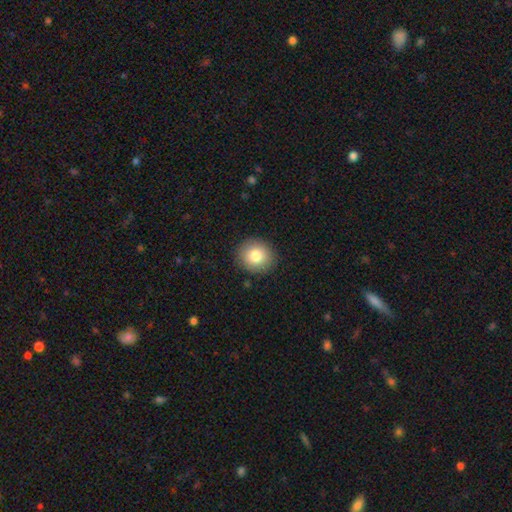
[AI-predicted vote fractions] Smooth or featured? smooth (81%)
How rounded? round (84%)
Merging? none (90%)